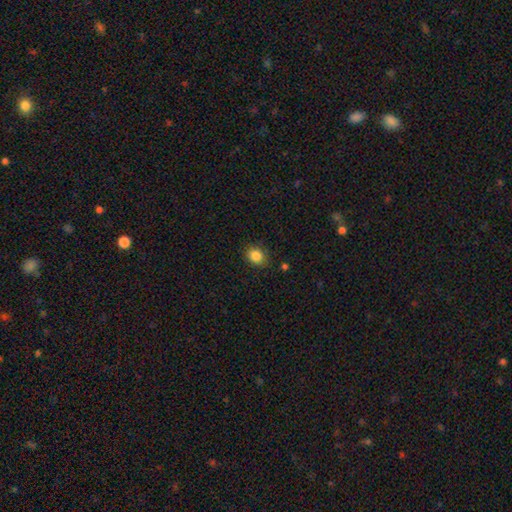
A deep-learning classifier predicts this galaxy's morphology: Overall: smooth (85%). How rounded: round (62%; in between 37%). Merging: none (85%).